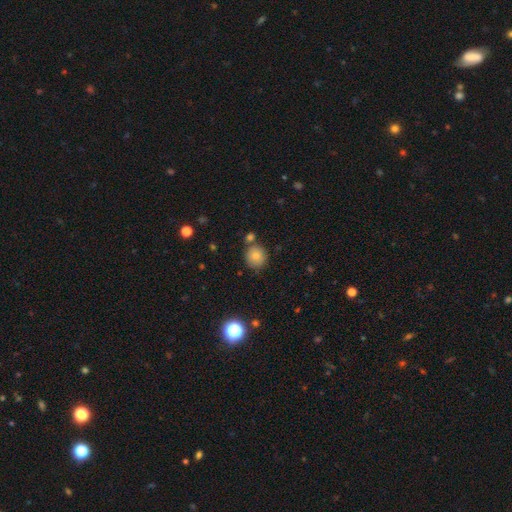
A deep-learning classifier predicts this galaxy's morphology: smooth 79%, star or artifact 12%, featured or disk 9%. Down the decision tree: how rounded — round (89%); merging — none (73%).